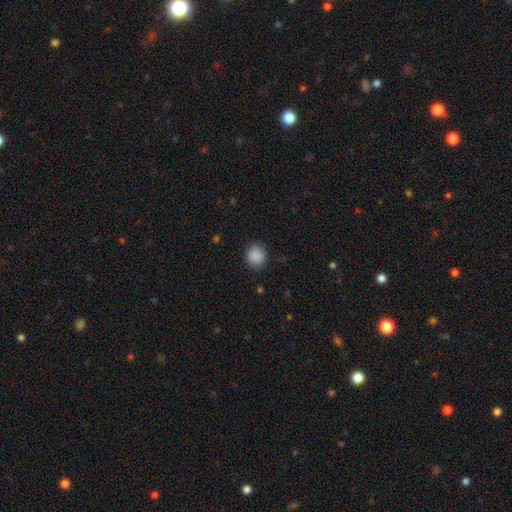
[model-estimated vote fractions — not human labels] Smooth or featured? Predicted: smooth (p=0.89). How rounded? Predicted: round (p=0.77). Merging? Predicted: none (p=0.86).